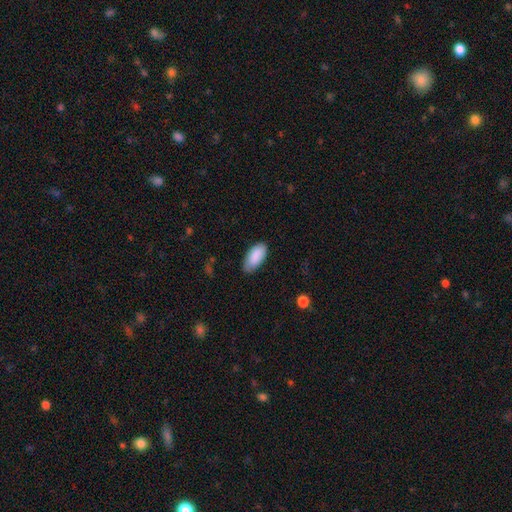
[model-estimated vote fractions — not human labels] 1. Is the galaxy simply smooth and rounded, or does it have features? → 90% smooth, 6% star or artifact, 5% featured or disk.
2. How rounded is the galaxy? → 93% in between, 5% cigar-shaped, 2% round.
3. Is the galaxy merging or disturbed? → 80% none, 16% minor disturbance, 3% major disturbance, 1% merger.